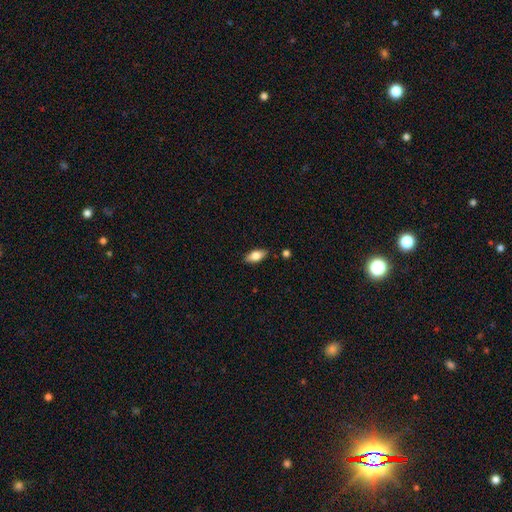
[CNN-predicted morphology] Smooth or featured: smooth — 78% (featured or disk — 15%)
How rounded: in between — 88% (cigar-shaped — 9%)
Merging: none — 84% (minor disturbance — 11%)